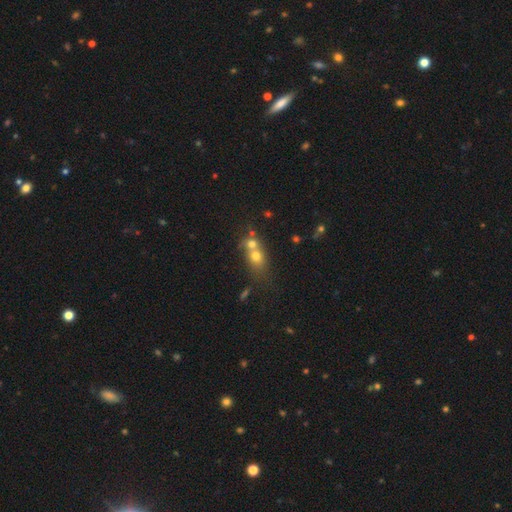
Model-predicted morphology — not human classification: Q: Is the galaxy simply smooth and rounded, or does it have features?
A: smooth — 67%.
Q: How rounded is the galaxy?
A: round — 53%.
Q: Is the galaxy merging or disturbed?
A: merger — 63%.